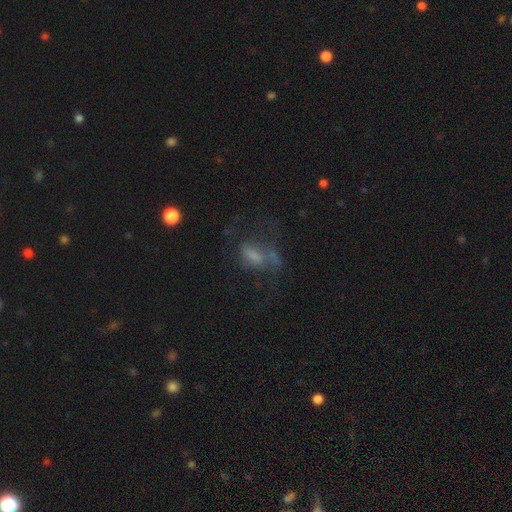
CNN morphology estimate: This appears to be a smooth galaxy with no disk features (43%). Merging: major disturbance (39%).